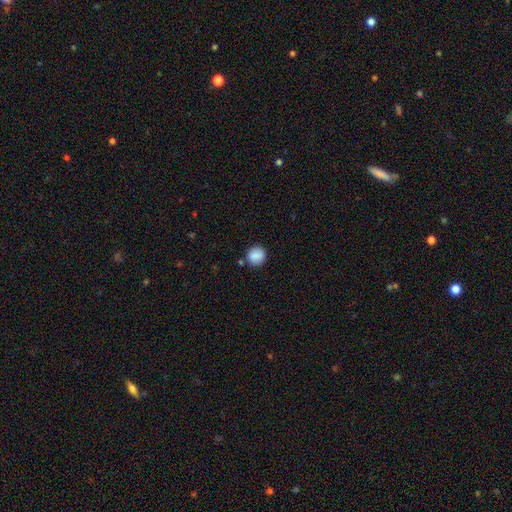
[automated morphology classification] This appears to be a smooth galaxy with no disk features (86%) that is round (86%). Merging: none (81%).